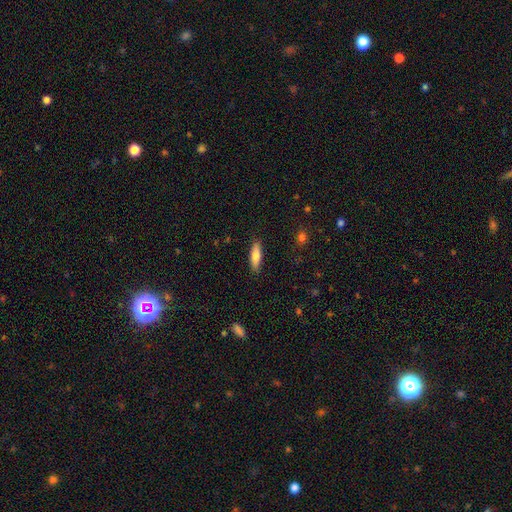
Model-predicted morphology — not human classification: This is likely a smooth galaxy (74%). How rounded: possibly cigar-shaped (58%). Merging: clearly none (87%).